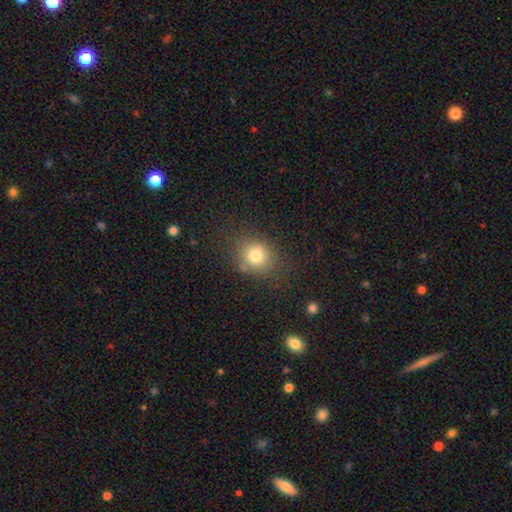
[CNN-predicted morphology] The model was most divided on "how rounded": round: 71%, in between: 28%, cigar-shaped: 1%. More confident: smooth or featured — smooth (77%); merging — none (77%).